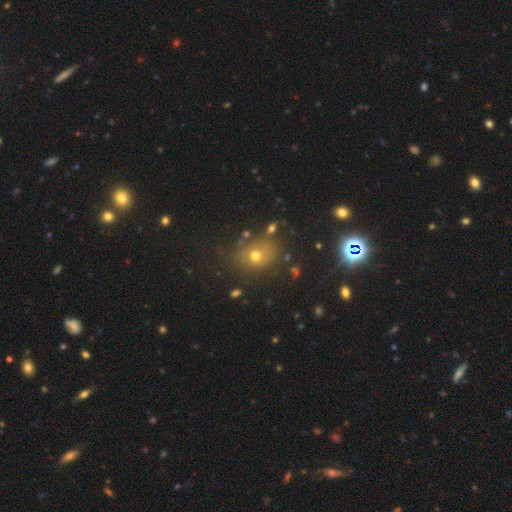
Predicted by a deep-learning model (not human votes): smooth 53%, star or artifact 33%, featured or disk 14%. Down the decision tree: how rounded — round (69%); merging — none (77%).